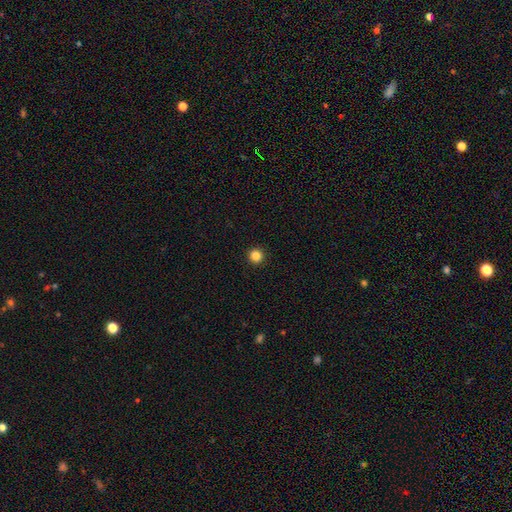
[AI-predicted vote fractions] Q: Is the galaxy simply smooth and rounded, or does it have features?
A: smooth — 86%.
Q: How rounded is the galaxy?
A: round — 95%.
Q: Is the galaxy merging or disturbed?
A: none — 94%.